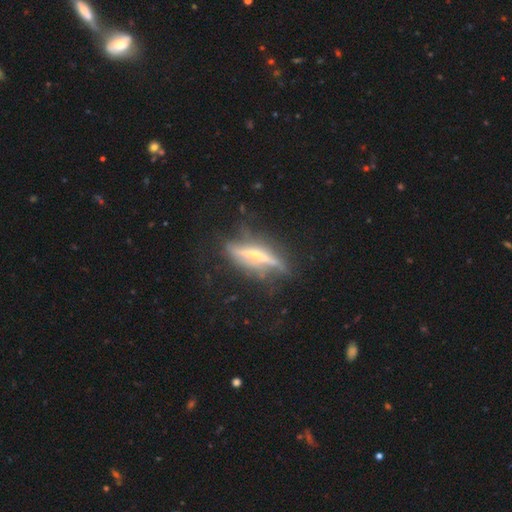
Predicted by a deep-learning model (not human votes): The model was most divided on "merging": none: 63%, minor disturbance: 23%, major disturbance: 11%, merger: 3%. More confident: edge-on disk — yes (84%); smooth or featured — featured or disk (76%); edge-on bulge — rounded (68%).